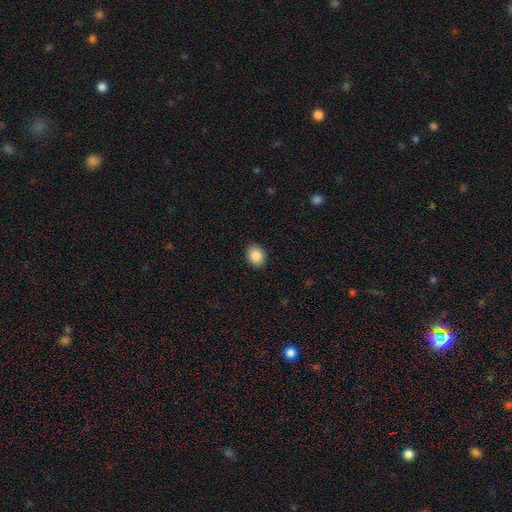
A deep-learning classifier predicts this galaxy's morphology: smooth 87%, star or artifact 8%, featured or disk 5%. Down the decision tree: how rounded — in between (58%); merging — none (90%).